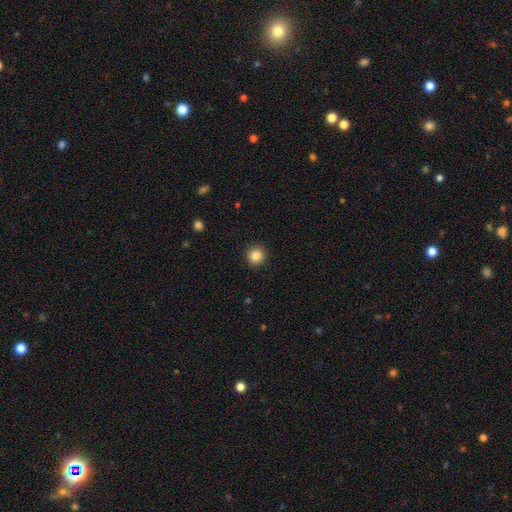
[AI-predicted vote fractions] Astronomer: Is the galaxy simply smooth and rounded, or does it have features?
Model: smooth — 85%.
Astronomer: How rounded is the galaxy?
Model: round — 93%.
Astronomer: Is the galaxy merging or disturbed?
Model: none — 92%.